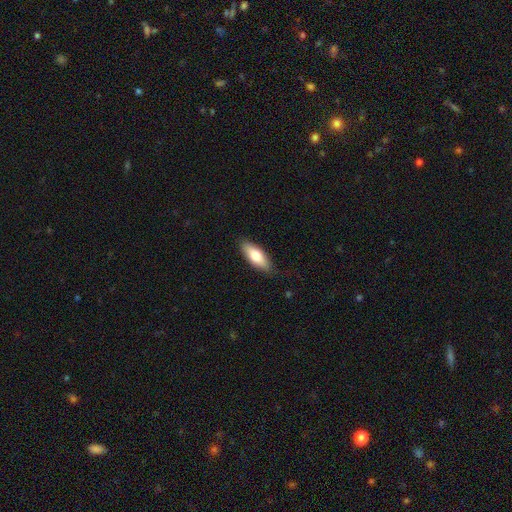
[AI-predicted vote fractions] Smooth or featured?
  - smooth: 73% *
  - featured or disk: 21%
  - star or artifact: 6%
How rounded?
  - in between: 72% *
  - cigar-shaped: 26%
  - round: 2%
Merging?
  - none: 85% *
  - minor disturbance: 12%
  - major disturbance: 2%
  - merger: 1%